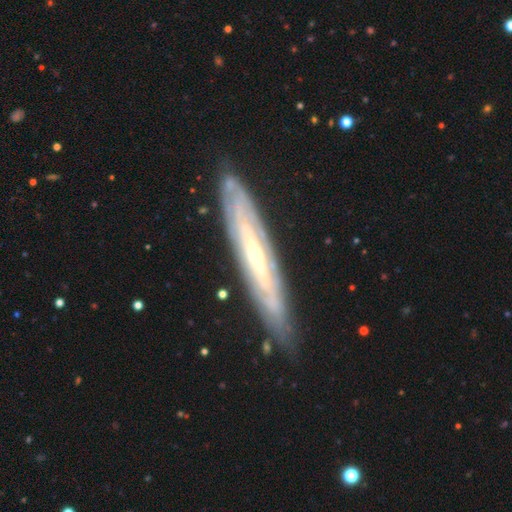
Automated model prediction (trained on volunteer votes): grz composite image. It shows a featured or disk galaxy (79%) viewed edge-on (62%). Merging: none (85%).